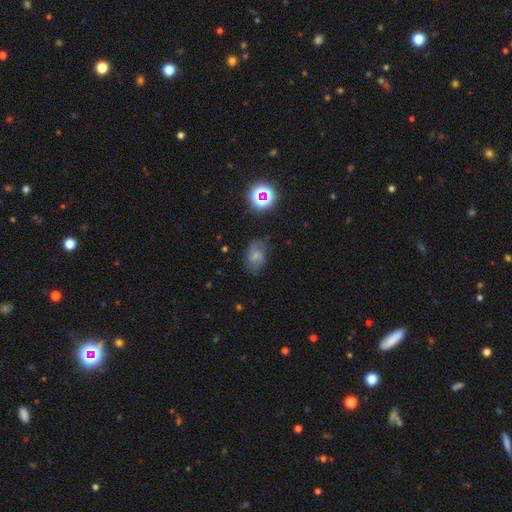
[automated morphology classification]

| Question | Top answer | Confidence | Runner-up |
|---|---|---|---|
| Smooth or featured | smooth | 66% | featured or disk (17%) |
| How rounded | in between | 77% | round (22%) |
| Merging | none | 63% | minor disturbance (25%) |